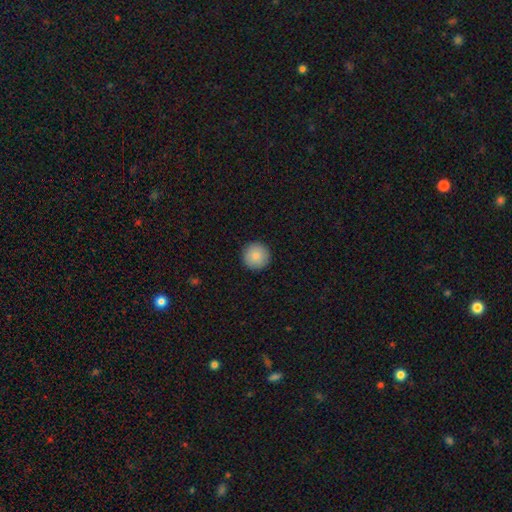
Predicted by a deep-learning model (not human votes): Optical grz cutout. It shows a smooth galaxy with no disk features (87%) that is round (96%). Merging: none (92%).